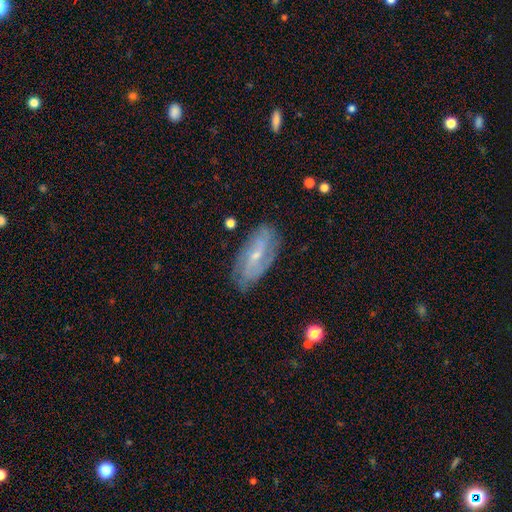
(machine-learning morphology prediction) A featured or disk galaxy (77%) with a weak bar (46%), 2 (52%) medium (40%) spiral arms (91%) and a small central bulge (72%).

Vote fractions:
- Smooth or featured? featured or disk: 77% / smooth: 16% / star or artifact: 7%
- Edge-on disk? no: 91% / yes: 9%
- Bar? weak: 46% / no: 33% / strong: 21%
- Spiral arms? yes: 91% / no: 9%
- Spiral winding? medium: 40% / tight: 39% / loose: 21%
- Spiral arm count? 2: 52% / can't tell: 26% / 3: 10% / 4: 4% / 1: 4% / more than 4: 3%
- Bulge size? small: 72% / moderate: 23% / none: 3% / large: 1% / dominant: 1%
- Merging? none: 77% / minor disturbance: 17% / major disturbance: 4% / merger: 2%